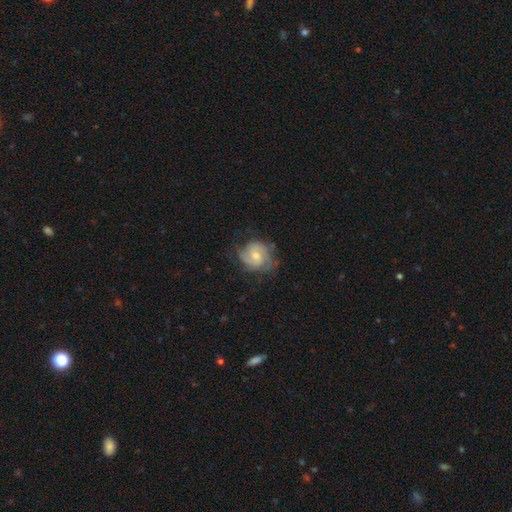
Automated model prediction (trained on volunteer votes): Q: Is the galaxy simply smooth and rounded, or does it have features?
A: featured or disk — 75%.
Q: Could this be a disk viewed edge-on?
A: no — 98%.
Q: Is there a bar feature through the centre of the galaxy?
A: no — 49%.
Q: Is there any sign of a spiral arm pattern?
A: yes — 94%.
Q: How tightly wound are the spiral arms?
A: tight — 51%.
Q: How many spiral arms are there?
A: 2 — 64%.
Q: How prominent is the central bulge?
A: moderate — 52%.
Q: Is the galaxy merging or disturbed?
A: none — 67%.